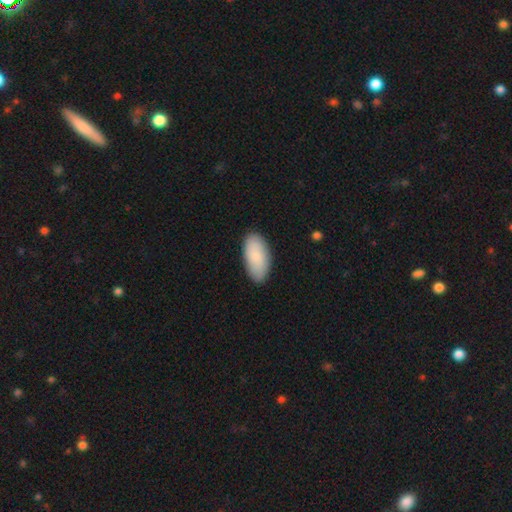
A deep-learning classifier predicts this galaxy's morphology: Smooth or featured? smooth (87%)
How rounded? in between (94%)
Merging? none (86%)